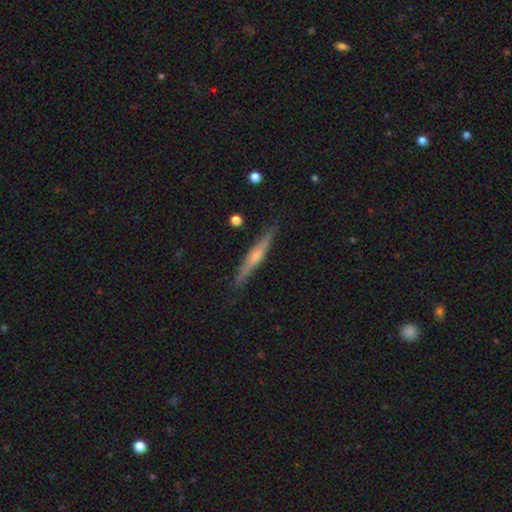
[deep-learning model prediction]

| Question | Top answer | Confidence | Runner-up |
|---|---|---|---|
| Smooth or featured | featured or disk | 62% | smooth (31%) |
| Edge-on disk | yes | 97% | no (3%) |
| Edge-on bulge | rounded | 68% | none (24%) |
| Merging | none | 87% | minor disturbance (10%) |